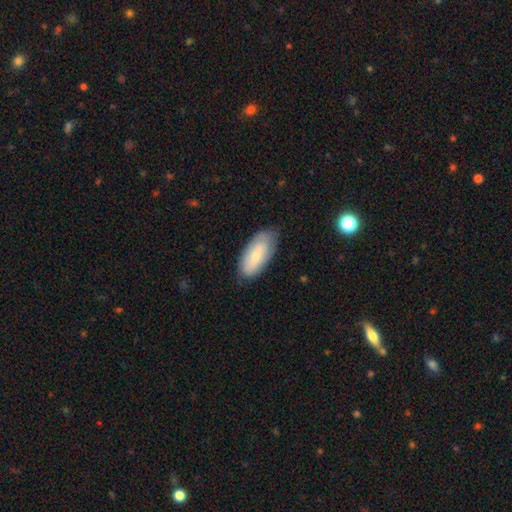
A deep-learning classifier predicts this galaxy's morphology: This is likely a smooth galaxy (71%). How rounded: clearly in between (89%). Merging: likely none (74%).